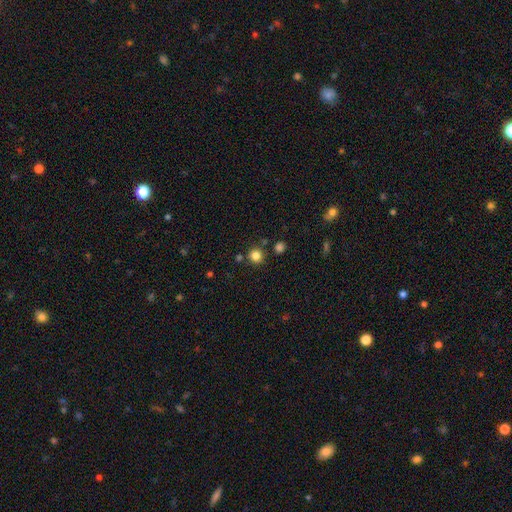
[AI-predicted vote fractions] Smooth or featured? smooth (82%)
How rounded? round (93%)
Merging? none (85%)